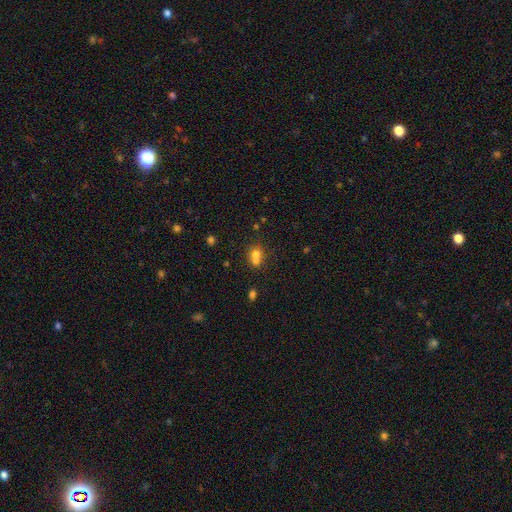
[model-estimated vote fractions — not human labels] Smooth or featured?
  - smooth: 71% *
  - featured or disk: 15%
  - star or artifact: 14%
How rounded?
  - round: 59% *
  - in between: 39%
  - cigar-shaped: 1%
Merging?
  - merger: 58% *
  - none: 30%
  - minor disturbance: 8%
  - major disturbance: 4%